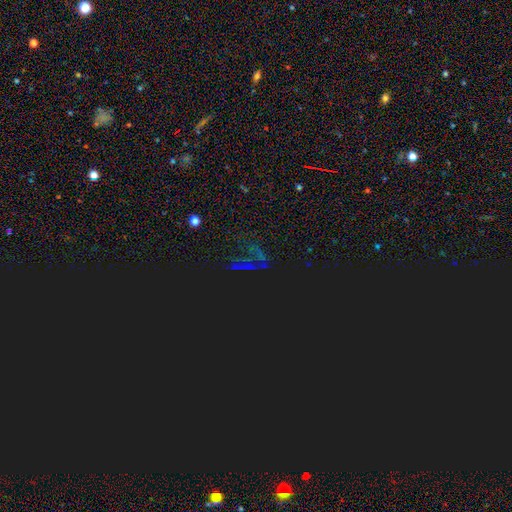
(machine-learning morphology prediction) smooth-or-featured: star or artifact: 75% | smooth: 13% | featured or disk: 12%